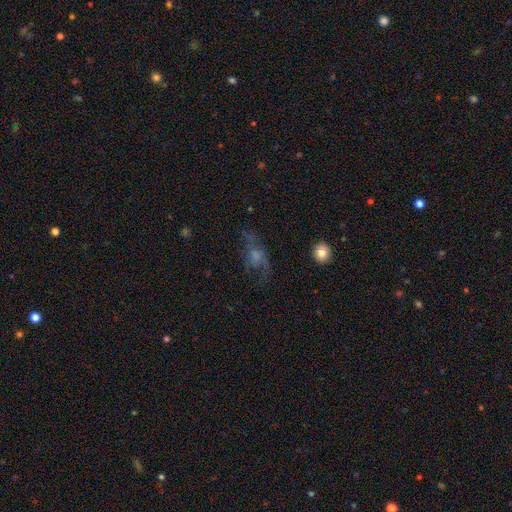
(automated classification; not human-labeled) Smooth or featured: featured or disk — 53% (smooth — 27%)
Edge-on disk: no — 84% (yes — 16%)
Merging: none — 53% (major disturbance — 25%)